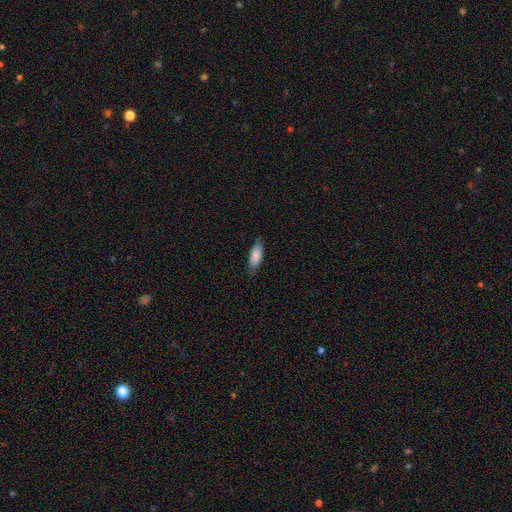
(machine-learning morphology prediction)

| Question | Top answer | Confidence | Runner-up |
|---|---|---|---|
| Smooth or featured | smooth | 83% | featured or disk (11%) |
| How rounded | in between | 73% | cigar-shaped (25%) |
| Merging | none | 77% | minor disturbance (18%) |